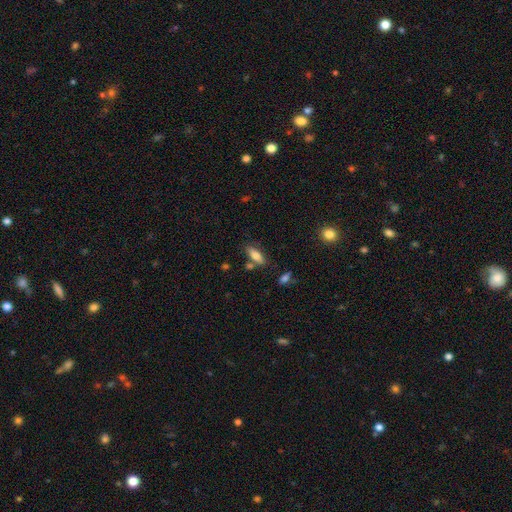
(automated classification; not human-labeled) Smooth or featured: smooth — 72% (featured or disk — 21%)
How rounded: in between — 64% (cigar-shaped — 33%)
Merging: none — 72% (minor disturbance — 14%)